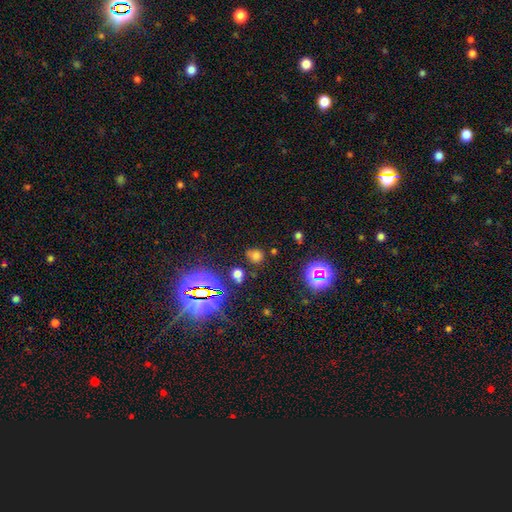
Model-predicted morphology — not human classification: Smooth or featured? Predicted: smooth (p=0.60). How rounded? Predicted: round (p=0.77). Merging? Predicted: none (p=0.70).